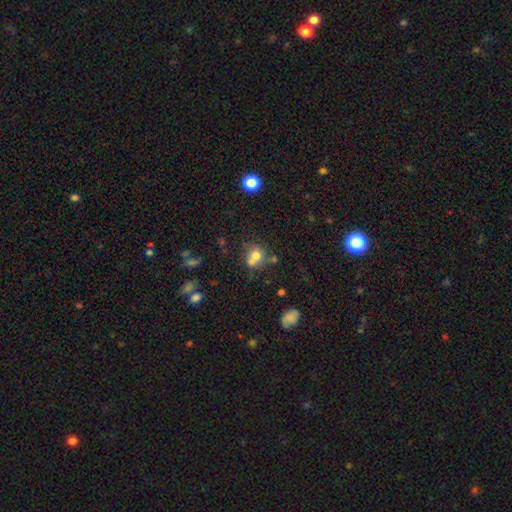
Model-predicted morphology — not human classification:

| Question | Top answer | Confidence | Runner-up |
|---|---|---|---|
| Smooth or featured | smooth | 72% | featured or disk (15%) |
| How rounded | round | 81% | in between (18%) |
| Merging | none | 46% | merger (39%) |